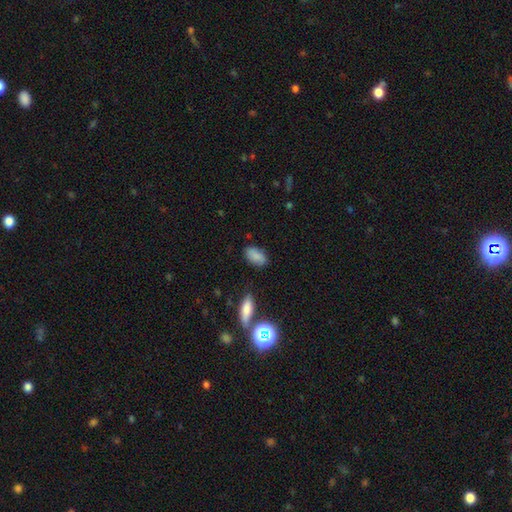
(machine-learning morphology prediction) A smooth galaxy with no disk features (86%) that is in between round and cigar-shaped (91%). Merging: none (80%).